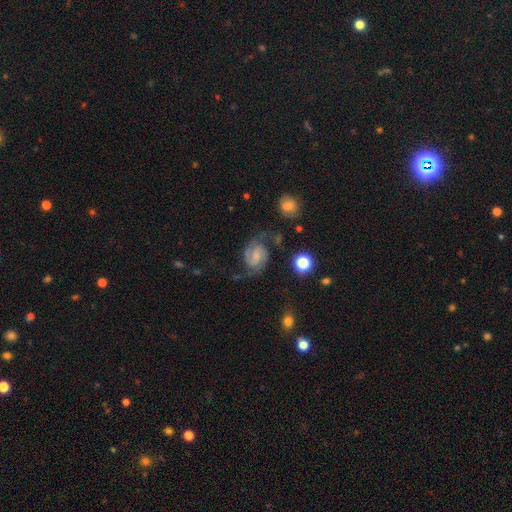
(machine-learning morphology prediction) Smooth or featured? Predicted: featured or disk (p=0.81). Edge-on disk? Predicted: no (p=0.98). Bar? Predicted: weak (p=0.51). Spiral arms? Predicted: yes (p=0.97). Spiral winding? Predicted: medium (p=0.54). Spiral arm count? Predicted: 2 (p=0.89). Bulge size? Predicted: small (p=0.50). Merging? Predicted: none (p=0.66).